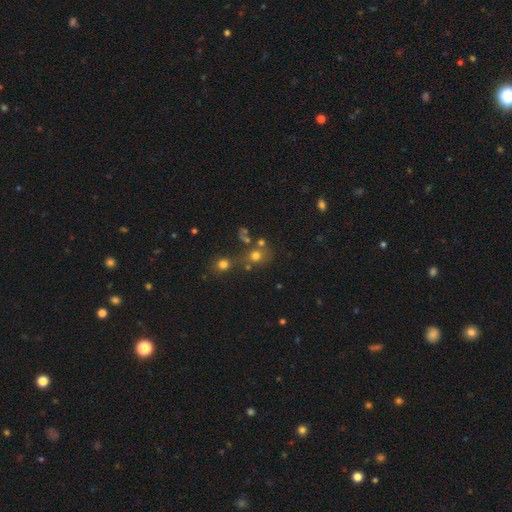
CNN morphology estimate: smooth 65%, star or artifact 22%, featured or disk 13%. Down the decision tree: how rounded — round (78%); merging — none (48%).